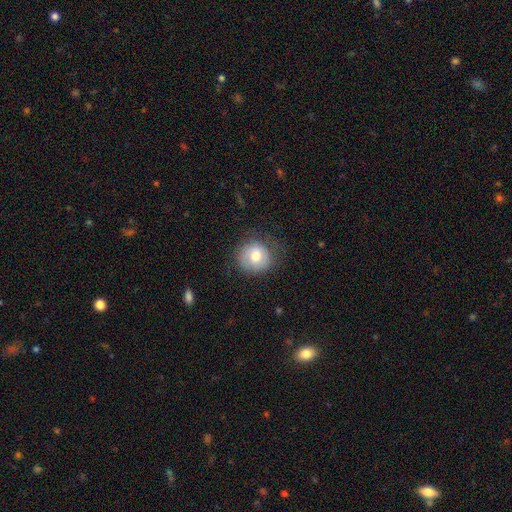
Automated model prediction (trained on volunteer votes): smooth_or_featured: smooth (p=0.73) [alt: featured or disk p=0.18]
how_rounded: round (p=0.85) [alt: in between p=0.14]
merging: none (p=0.69) [alt: minor disturbance p=0.20]